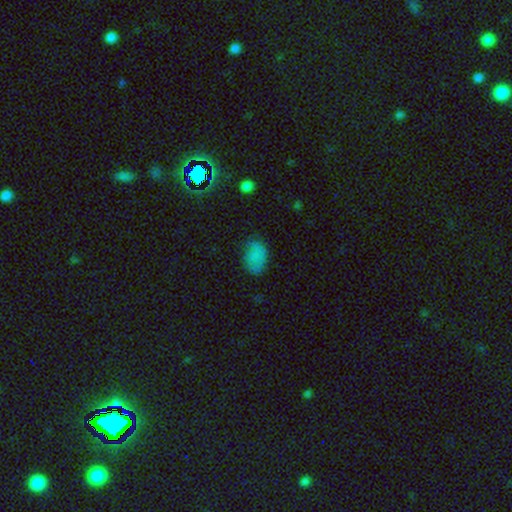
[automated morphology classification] Overall: smooth (79%). How rounded: in between (86%). Merging: none (59%; minor disturbance 29%).